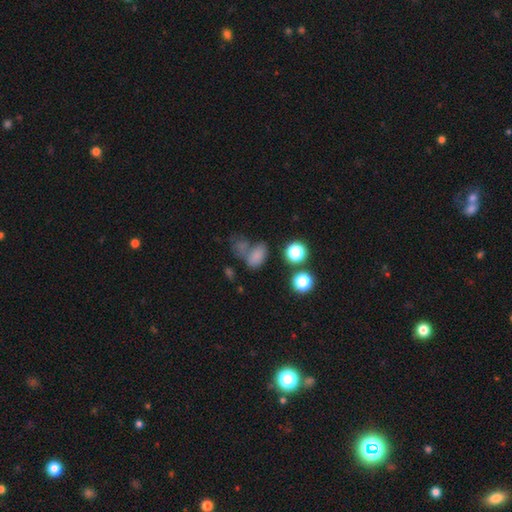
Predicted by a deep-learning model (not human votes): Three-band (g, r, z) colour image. It shows a smooth galaxy with no disk features (73%) that is in between round and cigar-shaped (81%). Merging: none (41%).